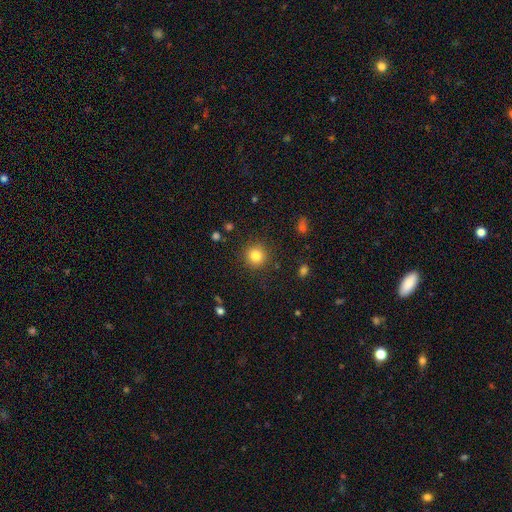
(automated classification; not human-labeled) Smooth or featured: smooth — 83% (star or artifact — 12%)
How rounded: round — 93% (in between — 6%)
Merging: none — 89% (minor disturbance — 7%)